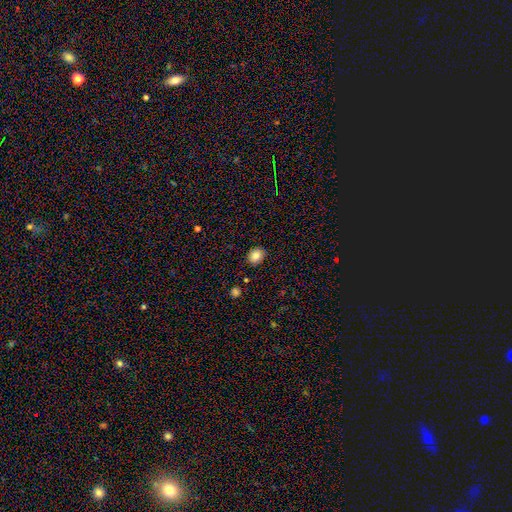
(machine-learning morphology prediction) A smooth galaxy with no disk features (83%) that is round (61%). Merging: none (88%).